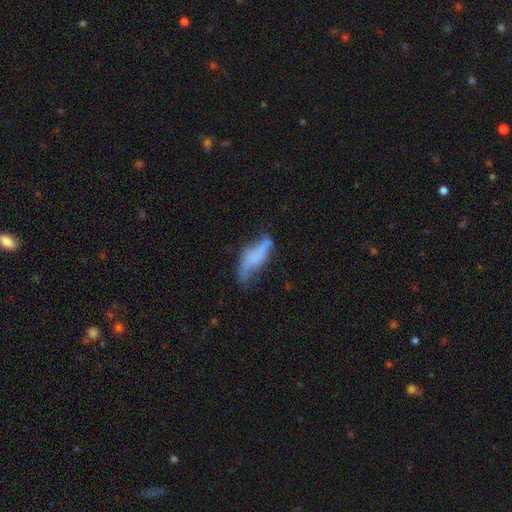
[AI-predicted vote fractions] Smooth or featured?
  - featured or disk: 45% *
  - smooth: 44%
  - star or artifact: 10%
Merging?
  - none: 33% *
  - minor disturbance: 31%
  - major disturbance: 28%
  - merger: 9%